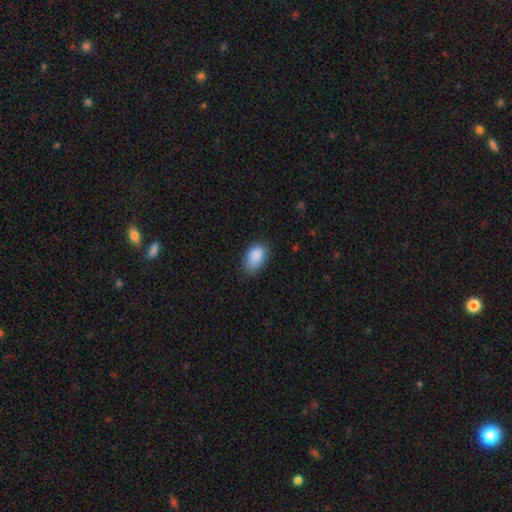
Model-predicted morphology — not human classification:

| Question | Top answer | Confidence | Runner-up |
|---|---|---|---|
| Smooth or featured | smooth | 89% | star or artifact (7%) |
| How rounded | in between | 92% | round (6%) |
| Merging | none | 75% | minor disturbance (20%) |